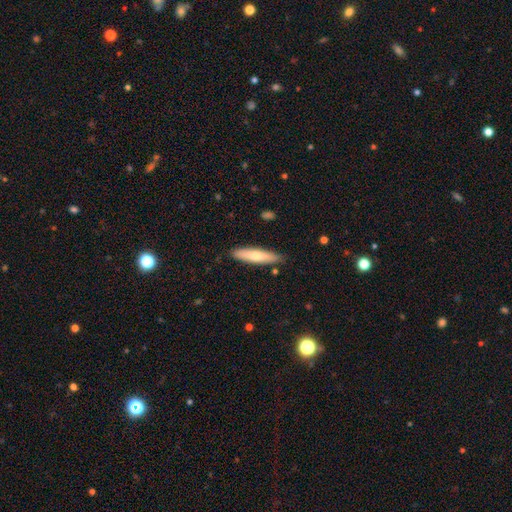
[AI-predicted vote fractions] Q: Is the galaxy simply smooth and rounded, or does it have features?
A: smooth — 71%.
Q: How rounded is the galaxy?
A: cigar-shaped — 80%.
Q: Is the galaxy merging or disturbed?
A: none — 85%.